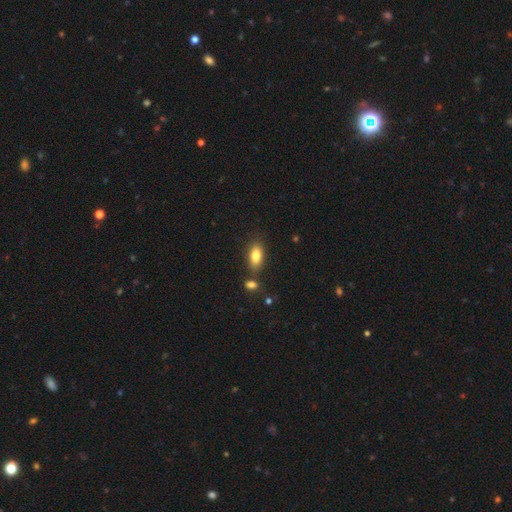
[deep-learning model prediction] smooth 83%, featured or disk 9%, star or artifact 8%. Down the decision tree: how rounded — in between (88%); merging — none (76%).